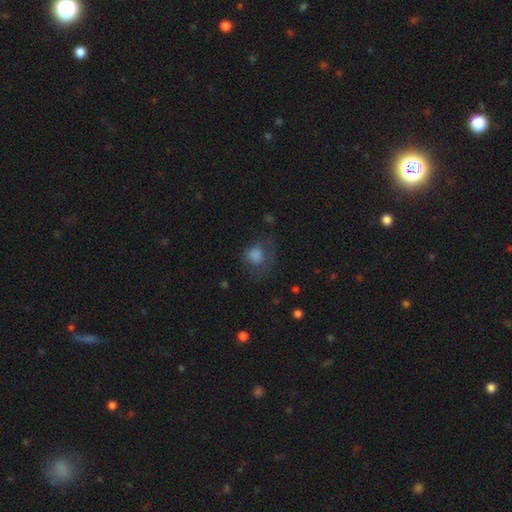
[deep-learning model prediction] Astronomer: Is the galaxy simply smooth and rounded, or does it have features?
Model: smooth — 71%.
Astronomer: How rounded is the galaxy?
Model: round — 69%.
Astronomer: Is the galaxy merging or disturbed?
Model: none — 43% (runner-up: major disturbance, 30%).